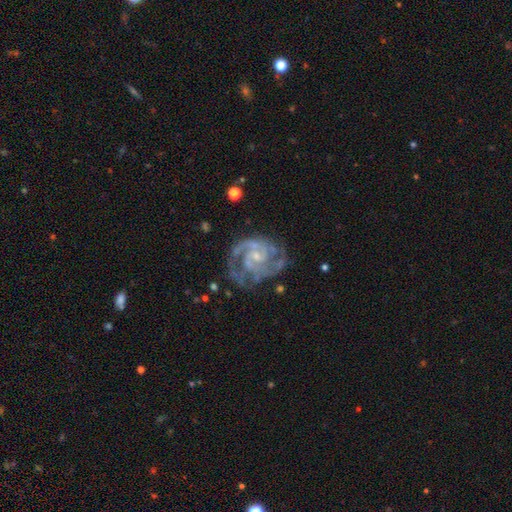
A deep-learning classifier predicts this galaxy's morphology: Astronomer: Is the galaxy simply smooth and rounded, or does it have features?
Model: featured or disk — 90%.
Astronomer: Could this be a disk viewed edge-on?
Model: no — 98%.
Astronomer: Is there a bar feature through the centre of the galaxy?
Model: no — 53% (runner-up: weak, 39%).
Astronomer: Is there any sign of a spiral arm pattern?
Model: yes — 97%.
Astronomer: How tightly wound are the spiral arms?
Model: tight — 51% (runner-up: medium, 41%).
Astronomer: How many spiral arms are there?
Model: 2 — 52%.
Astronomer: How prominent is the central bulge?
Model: small — 67%.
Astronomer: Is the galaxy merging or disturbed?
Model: none — 64%.